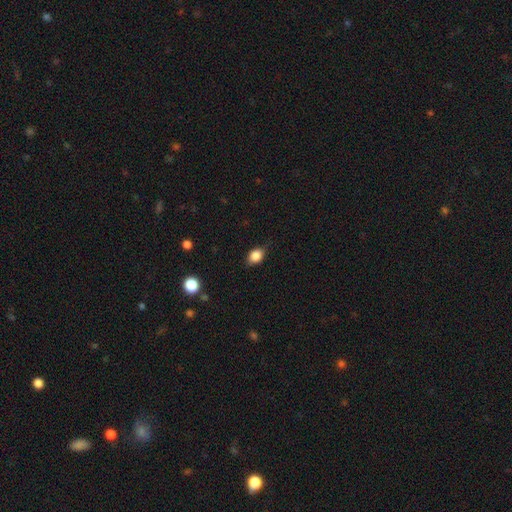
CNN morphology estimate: Overall: smooth (84%). How rounded: in between (68%; round 30%). Merging: none (76%).